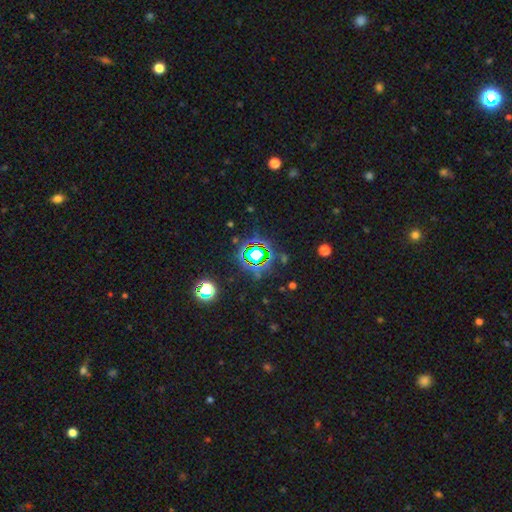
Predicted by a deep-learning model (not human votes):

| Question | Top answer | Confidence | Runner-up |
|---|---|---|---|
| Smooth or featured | star or artifact | 72% | smooth (17%) |